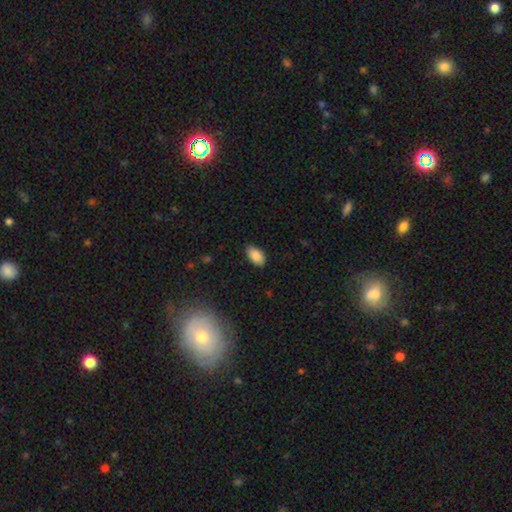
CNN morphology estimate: Smooth or featured: smooth — 88% (star or artifact — 7%)
How rounded: in between — 94% (round — 4%)
Merging: none — 87% (minor disturbance — 10%)